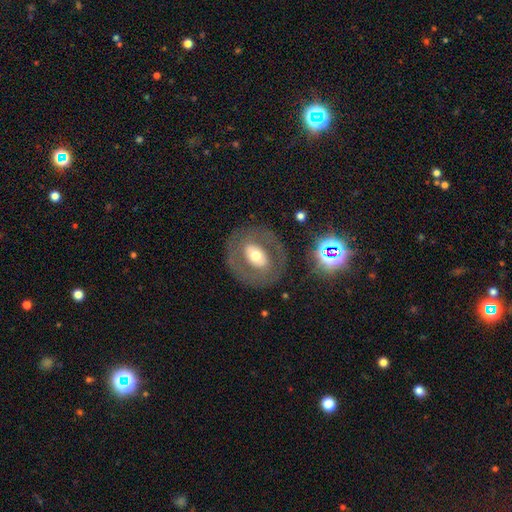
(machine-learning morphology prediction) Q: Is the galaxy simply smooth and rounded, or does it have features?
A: featured or disk — 55%.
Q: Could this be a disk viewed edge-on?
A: no — 94%.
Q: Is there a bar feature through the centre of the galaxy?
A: no — 56%.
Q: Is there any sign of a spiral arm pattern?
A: no — 80%.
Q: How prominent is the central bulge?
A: moderate — 61%.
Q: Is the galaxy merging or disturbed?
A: none — 79%.